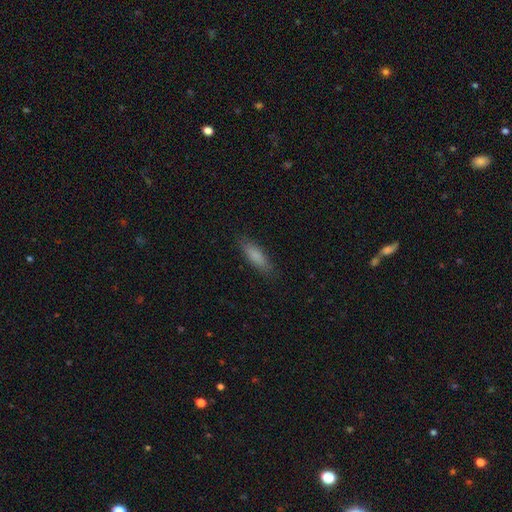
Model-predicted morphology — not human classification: Smooth or featured? smooth (84%)
How rounded? cigar-shaped (53%)
Merging? none (84%)